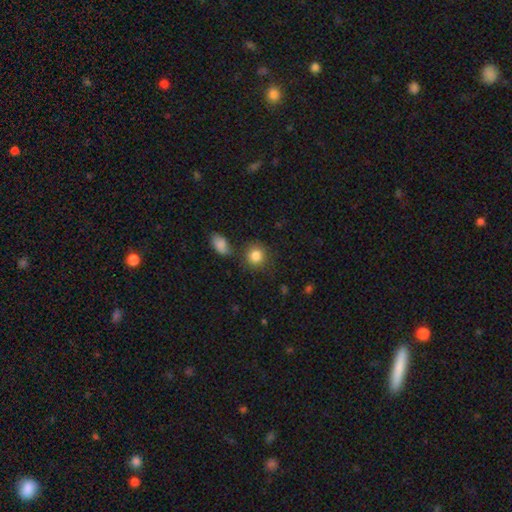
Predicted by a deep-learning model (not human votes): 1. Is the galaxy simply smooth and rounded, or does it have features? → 85% smooth, 9% star or artifact, 6% featured or disk.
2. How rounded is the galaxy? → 86% round, 13% in between, 1% cigar-shaped.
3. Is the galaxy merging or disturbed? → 75% none, 12% minor disturbance, 9% merger, 5% major disturbance.